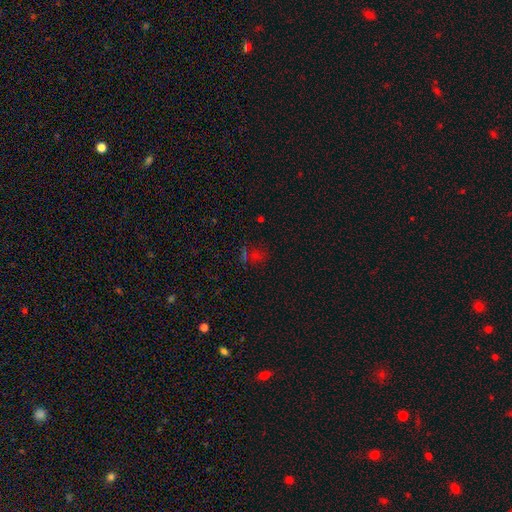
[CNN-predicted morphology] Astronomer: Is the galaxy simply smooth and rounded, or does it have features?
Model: star or artifact — 51% (runner-up: smooth, 41%).